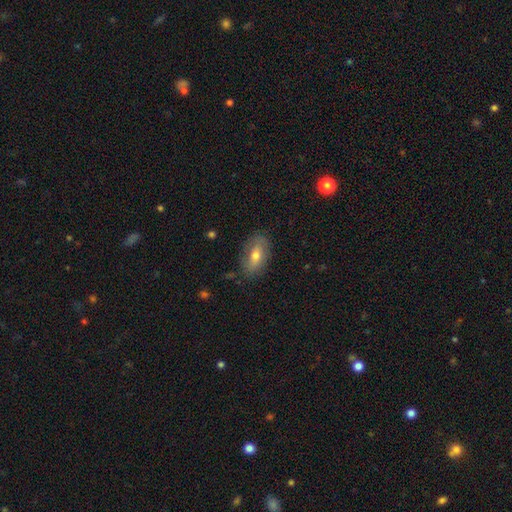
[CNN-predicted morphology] This appears to be a smooth galaxy with no disk features (64%) that is in between round and cigar-shaped (87%). Merging: none (80%).